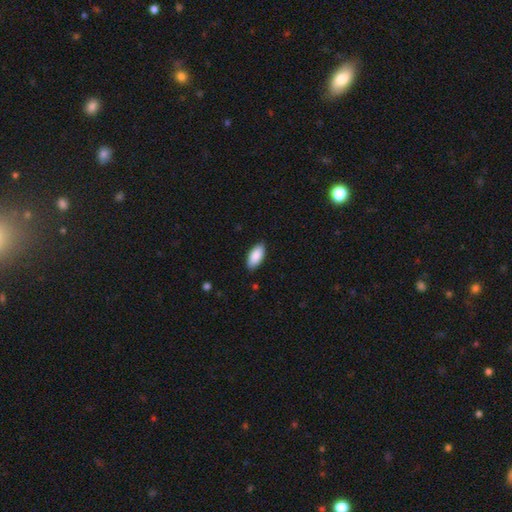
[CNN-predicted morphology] Smooth or featured? Predicted: smooth (p=0.89). How rounded? Predicted: in between (p=0.92). Merging? Predicted: none (p=0.88).